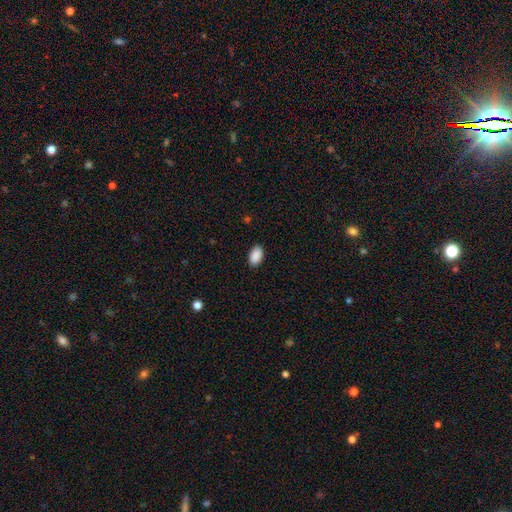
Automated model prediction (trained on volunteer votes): Smooth or featured? Predicted: smooth (p=0.90). How rounded? Predicted: in between (p=0.93). Merging? Predicted: none (p=0.88).